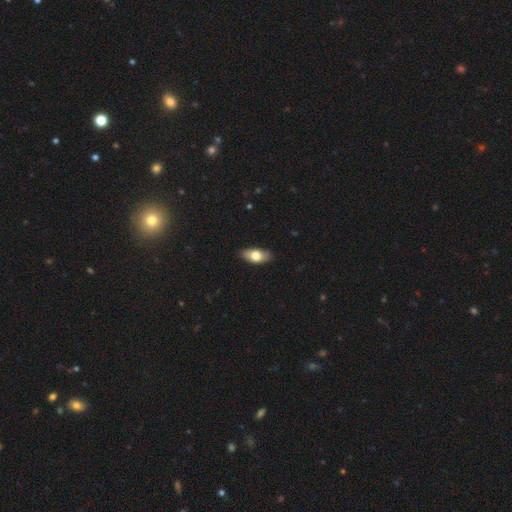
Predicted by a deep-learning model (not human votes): smooth_or_featured: smooth (p=0.73) [alt: featured or disk p=0.21]
how_rounded: in between (p=0.88) [alt: cigar-shaped p=0.08]
merging: none (p=0.86) [alt: minor disturbance p=0.11]